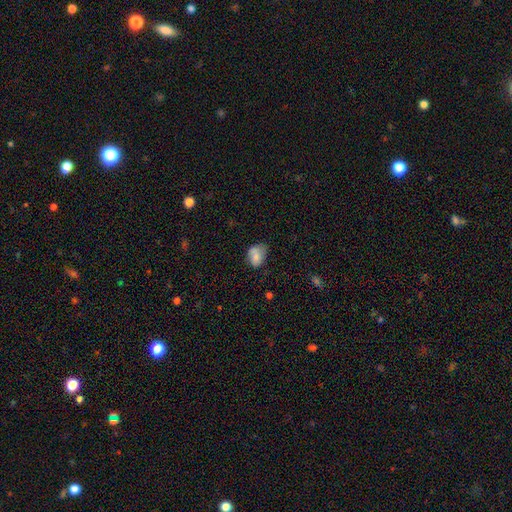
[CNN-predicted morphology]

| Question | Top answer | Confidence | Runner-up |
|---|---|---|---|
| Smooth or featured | smooth | 73% | featured or disk (18%) |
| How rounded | in between | 71% | round (28%) |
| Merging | none | 43% | minor disturbance (33%) |